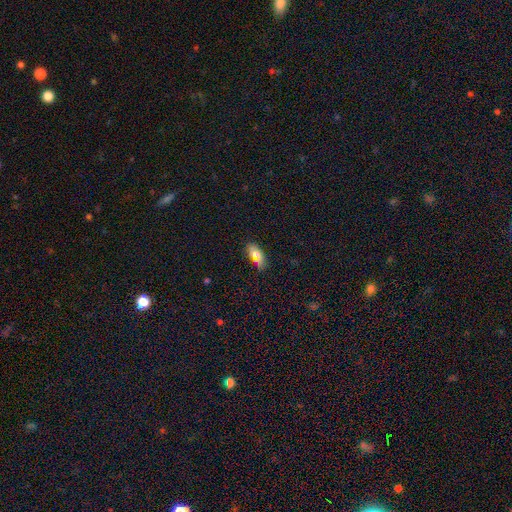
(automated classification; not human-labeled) Smooth or featured: smooth — 70% (featured or disk — 18%)
How rounded: in between — 85% (cigar-shaped — 10%)
Merging: none — 73% (minor disturbance — 17%)